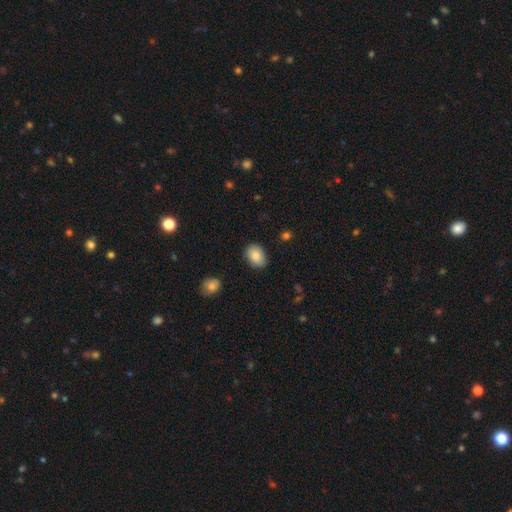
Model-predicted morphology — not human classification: Smooth or featured?
  - smooth: 84% *
  - featured or disk: 8%
  - star or artifact: 8%
How rounded?
  - in between: 74% *
  - round: 25%
  - cigar-shaped: 1%
Merging?
  - none: 86% *
  - minor disturbance: 11%
  - major disturbance: 2%
  - merger: 1%